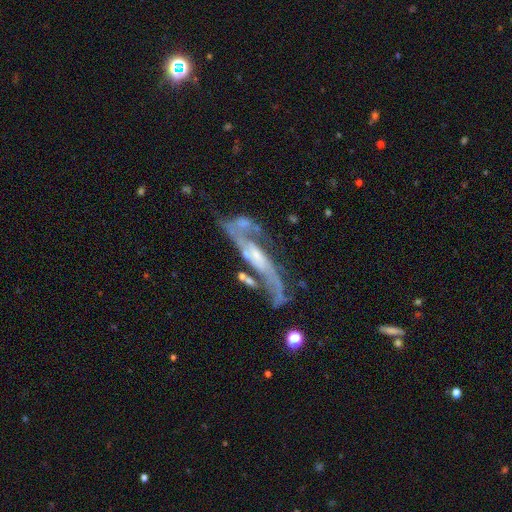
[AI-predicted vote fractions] Smooth or featured? featured or disk (85%)
Edge-on disk? no (81%)
Bar? no (42%)
Spiral arms? yes (92%)
Spiral winding? medium (43%)
Spiral arm count? 2 (78%)
Bulge size? small (54%)
Merging? none (48%)